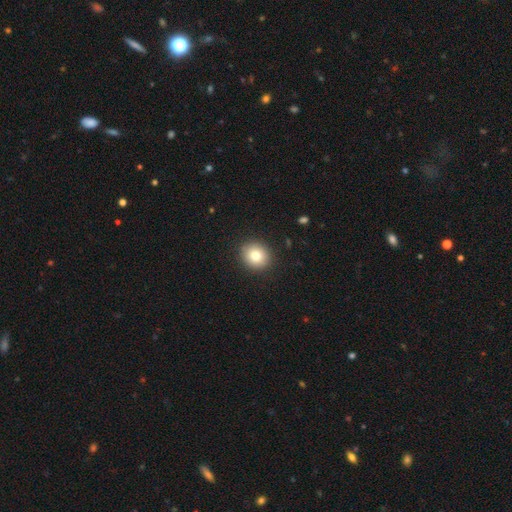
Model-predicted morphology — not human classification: Q: Smooth or featured?
A: smooth (80%); runner-up: star or artifact (10%)
Q: How rounded?
A: round (83%); runner-up: in between (16%)
Q: Merging?
A: none (90%); runner-up: minor disturbance (7%)